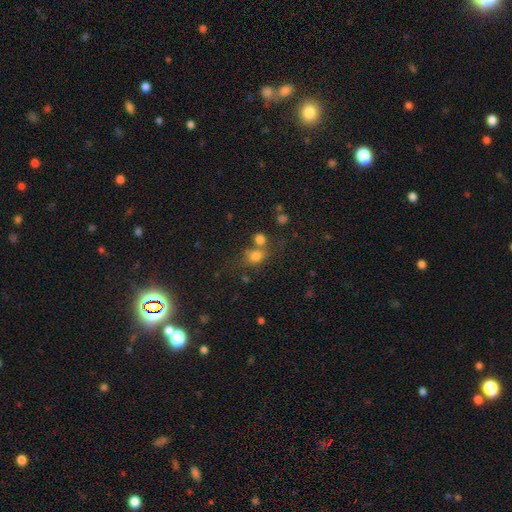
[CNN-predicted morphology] This is likely a smooth galaxy (75%). How rounded: possibly round (51%). Merging: possibly none (49%).